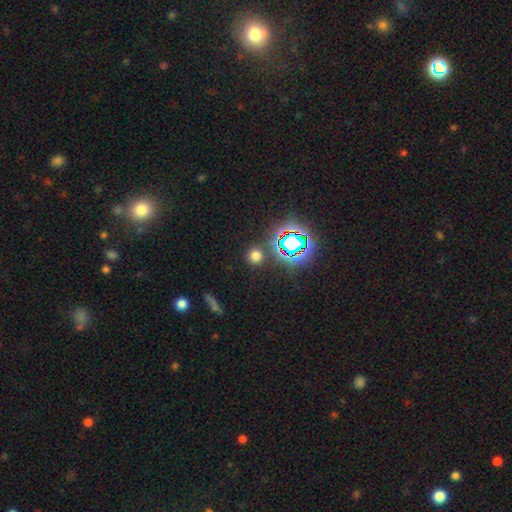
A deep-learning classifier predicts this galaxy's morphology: Smooth or featured: smooth — 66% (star or artifact — 27%)
How rounded: round — 91% (in between — 7%)
Merging: none — 86% (minor disturbance — 6%)